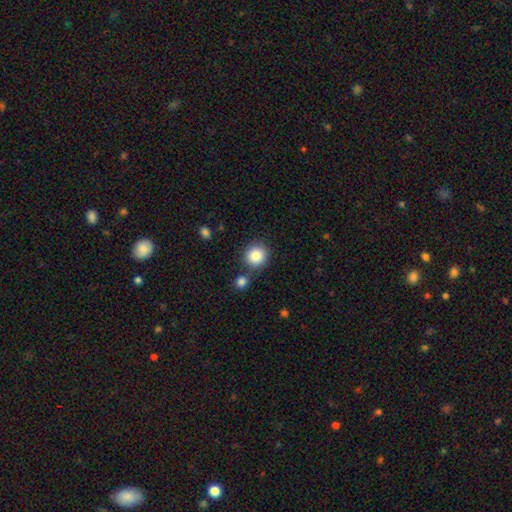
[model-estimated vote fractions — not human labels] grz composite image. It shows a smooth galaxy with no disk features (86%) that is round (90%). Merging: none (77%).